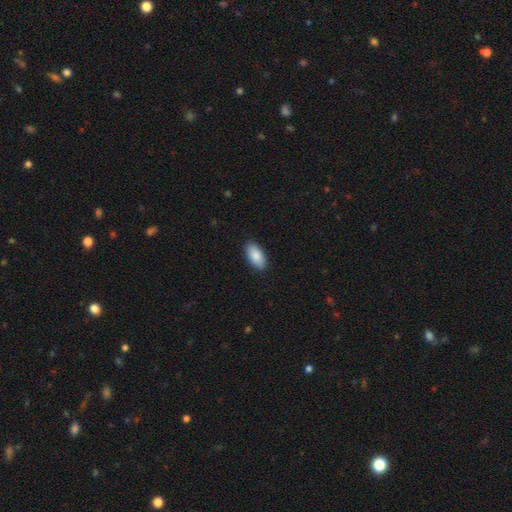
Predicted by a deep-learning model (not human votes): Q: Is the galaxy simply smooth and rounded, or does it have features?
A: smooth — 89%.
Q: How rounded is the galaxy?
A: in between — 93%.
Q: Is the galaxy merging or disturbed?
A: none — 89%.